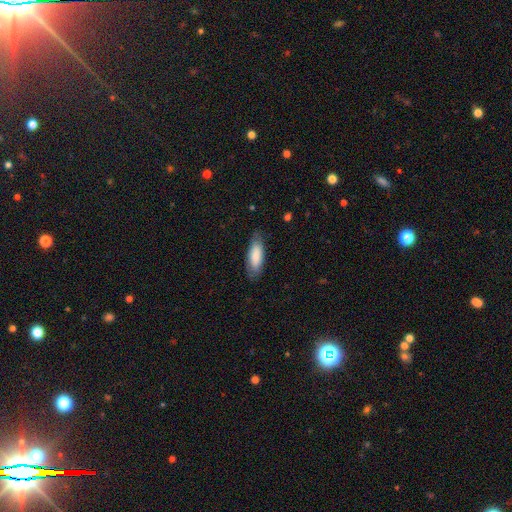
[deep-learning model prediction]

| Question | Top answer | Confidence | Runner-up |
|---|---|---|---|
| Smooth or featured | smooth | 83% | featured or disk (11%) |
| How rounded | in between | 66% | cigar-shaped (33%) |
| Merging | none | 80% | minor disturbance (16%) |